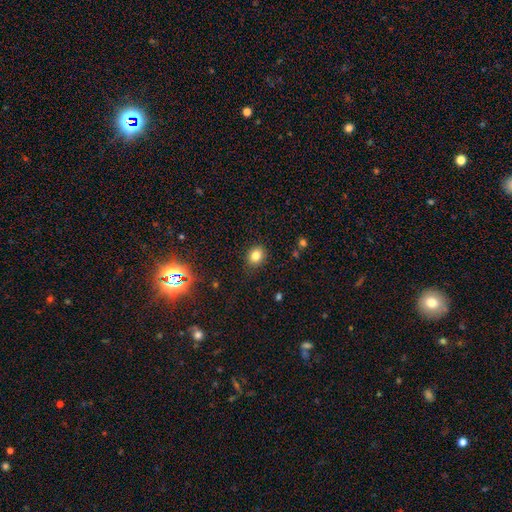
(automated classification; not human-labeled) smooth 80%, star or artifact 13%, featured or disk 7%. Down the decision tree: how rounded — round (59%); merging — none (85%).